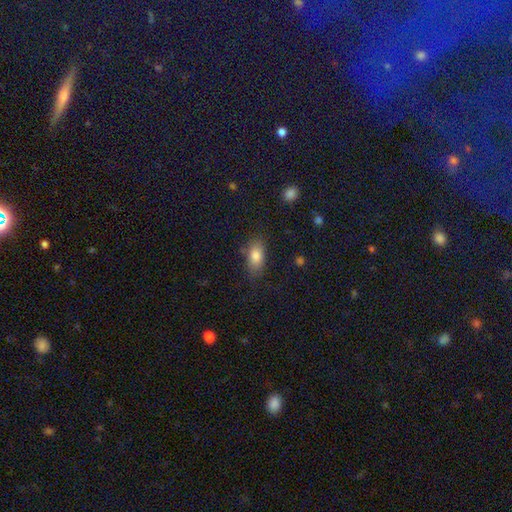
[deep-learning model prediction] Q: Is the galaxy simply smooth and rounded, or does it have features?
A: smooth — 82%.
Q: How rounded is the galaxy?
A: in between — 87%.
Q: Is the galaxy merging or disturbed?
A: none — 78%.